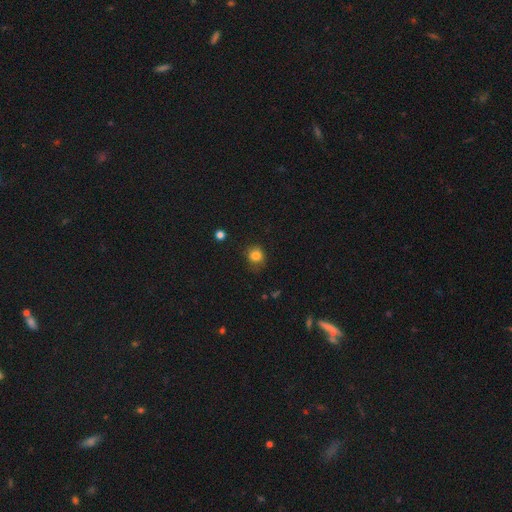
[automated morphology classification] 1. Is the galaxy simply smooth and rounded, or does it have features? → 82% smooth, 12% star or artifact, 7% featured or disk.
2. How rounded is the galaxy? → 77% round, 22% in between, 1% cigar-shaped.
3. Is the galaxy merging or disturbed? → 72% none, 21% minor disturbance, 6% major disturbance, 2% merger.